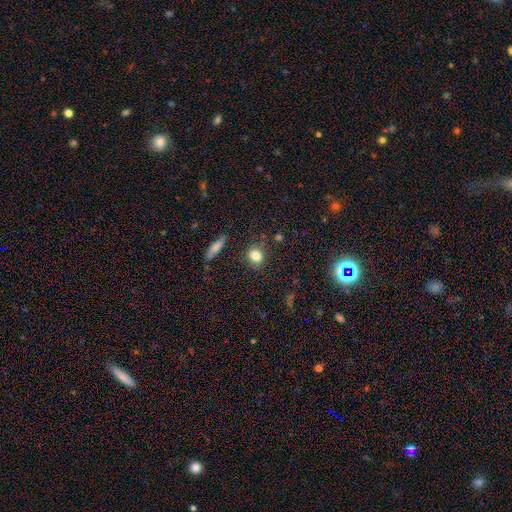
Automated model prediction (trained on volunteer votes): The model was most divided on "how rounded": round: 67%, in between: 31%, cigar-shaped: 2%. More confident: merging — none (85%); smooth or featured — smooth (82%).